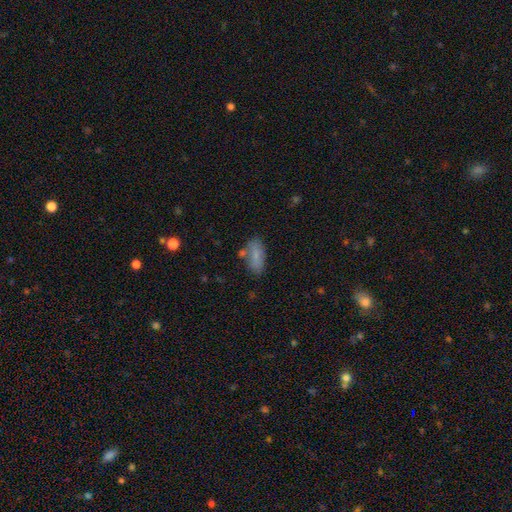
smooth_or_featured: smooth (p=0.80) [alt: featured or disk p=0.12]
how_rounded: in between (p=0.75) [alt: cigar-shaped p=0.22]
merging: none (p=0.84) [alt: minor disturbance p=0.08]